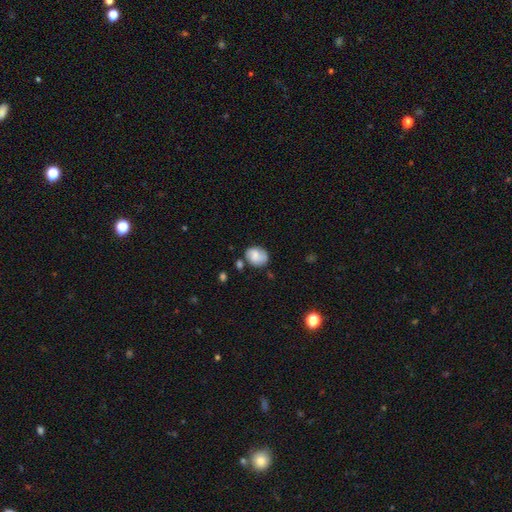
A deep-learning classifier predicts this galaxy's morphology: The model was most divided on "how rounded": in between: 52%, round: 47%, cigar-shaped: 1%. More confident: smooth or featured — smooth (66%); merging — none (59%).